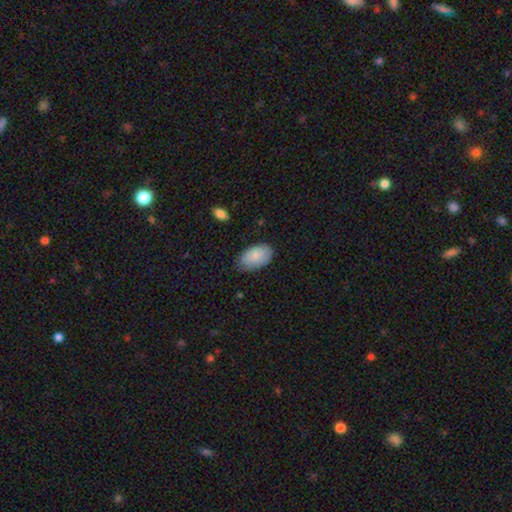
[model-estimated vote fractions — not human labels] A smooth galaxy with no disk features (87%) that is in between round and cigar-shaped (94%).

Vote fractions:
- Smooth or featured? smooth: 87% / featured or disk: 7% / star or artifact: 6%
- How rounded? in between: 94% / round: 4% / cigar-shaped: 1%
- Merging? none: 76% / minor disturbance: 19% / major disturbance: 3% / merger: 1%